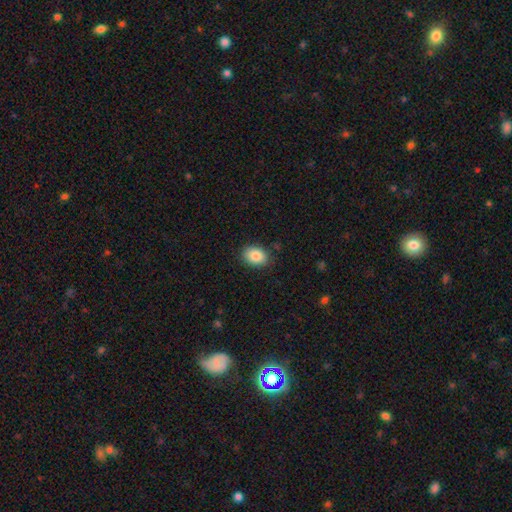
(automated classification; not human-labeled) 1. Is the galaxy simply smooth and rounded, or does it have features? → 86% smooth, 8% star or artifact, 6% featured or disk.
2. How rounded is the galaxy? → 74% in between, 25% round, 1% cigar-shaped.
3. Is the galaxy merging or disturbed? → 84% none, 12% minor disturbance, 3% major disturbance, 1% merger.